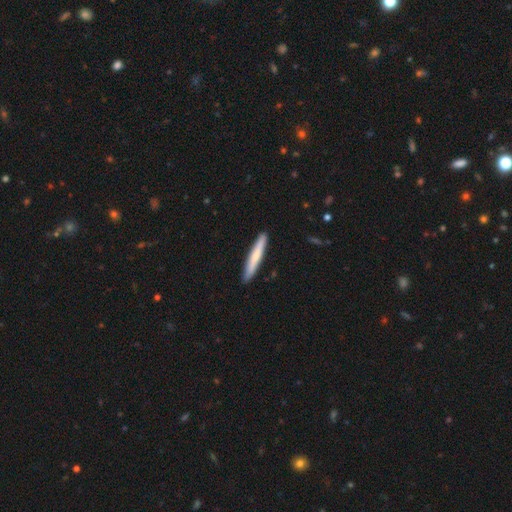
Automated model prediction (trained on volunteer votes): This is likely a smooth galaxy (68%). How rounded: clearly cigar-shaped (95%). Merging: clearly none (91%).